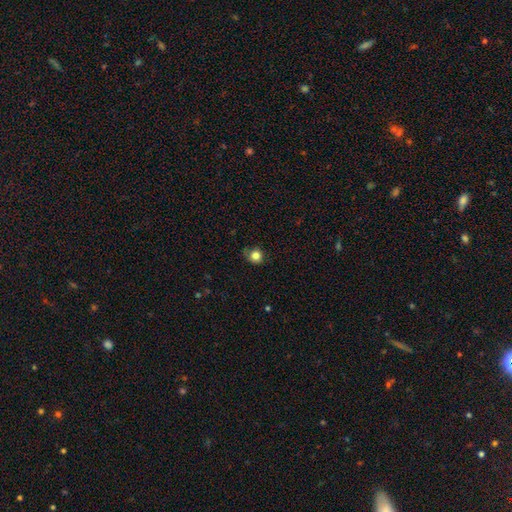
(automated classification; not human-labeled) Smooth or featured?
  - smooth: 82% *
  - star or artifact: 11%
  - featured or disk: 6%
How rounded?
  - round: 86% *
  - in between: 14%
  - cigar-shaped: 1%
Merging?
  - none: 71% *
  - minor disturbance: 22%
  - major disturbance: 5%
  - merger: 1%